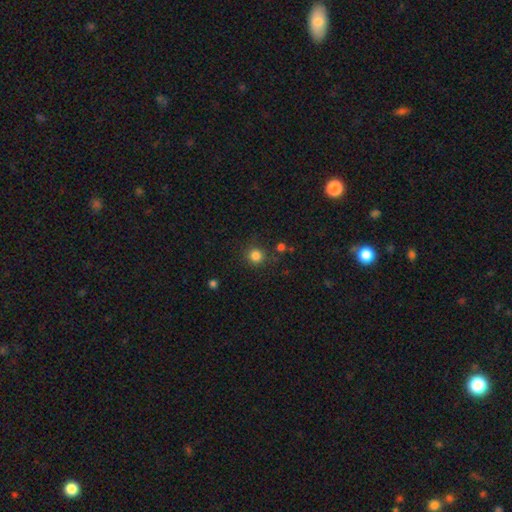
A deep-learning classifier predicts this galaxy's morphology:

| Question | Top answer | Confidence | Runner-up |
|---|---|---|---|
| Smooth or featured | smooth | 83% | star or artifact (13%) |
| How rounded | round | 93% | in between (6%) |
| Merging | none | 85% | minor disturbance (8%) |